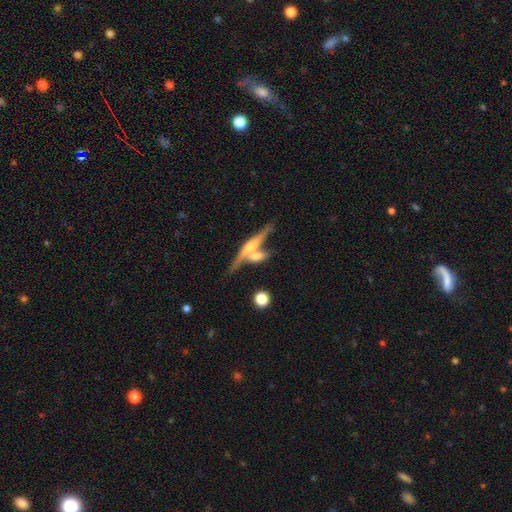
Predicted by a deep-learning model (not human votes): featured or disk 63%, smooth 30%, star or artifact 7%. Down the decision tree: edge-on disk — yes (86%); edge-on bulge — rounded (77%); merging — merger (43%).